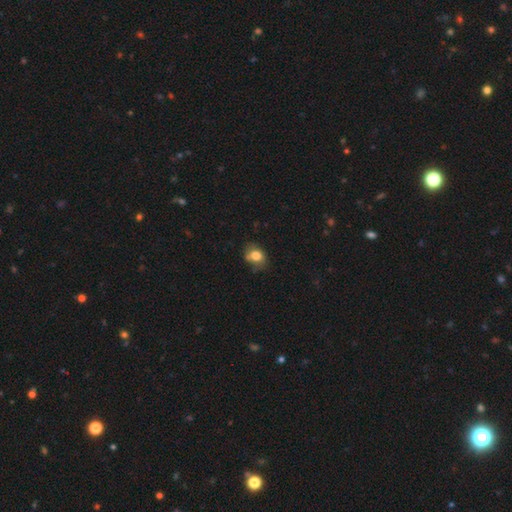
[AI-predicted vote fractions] Smooth or featured: smooth — 75% (featured or disk — 15%)
How rounded: in between — 55% (round — 44%)
Merging: none — 56% (minor disturbance — 30%)